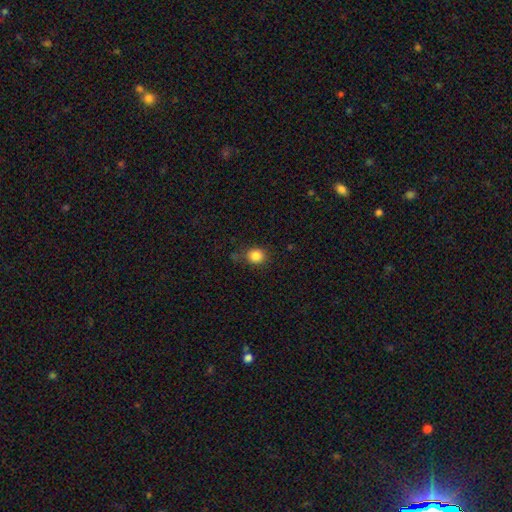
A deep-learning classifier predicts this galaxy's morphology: Smooth or featured? Predicted: smooth (p=0.85). How rounded? Predicted: round (p=0.79). Merging? Predicted: none (p=0.76).